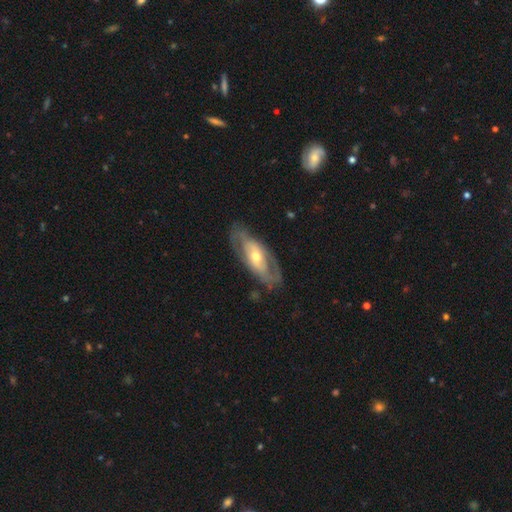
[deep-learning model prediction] Smooth or featured? Predicted: featured or disk (p=0.72). Edge-on disk? Predicted: no (p=0.81). Bar? Predicted: no (p=0.54). Spiral arms? Predicted: yes (p=0.62). Bulge size? Predicted: moderate (p=0.59). Merging? Predicted: none (p=0.75).